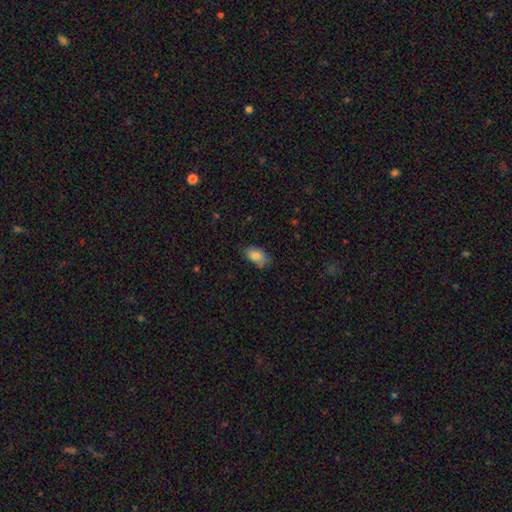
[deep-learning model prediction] Smooth or featured?
  - smooth: 79% *
  - featured or disk: 12%
  - star or artifact: 8%
How rounded?
  - in between: 91% *
  - round: 6%
  - cigar-shaped: 3%
Merging?
  - none: 66% *
  - minor disturbance: 25%
  - major disturbance: 5%
  - merger: 5%